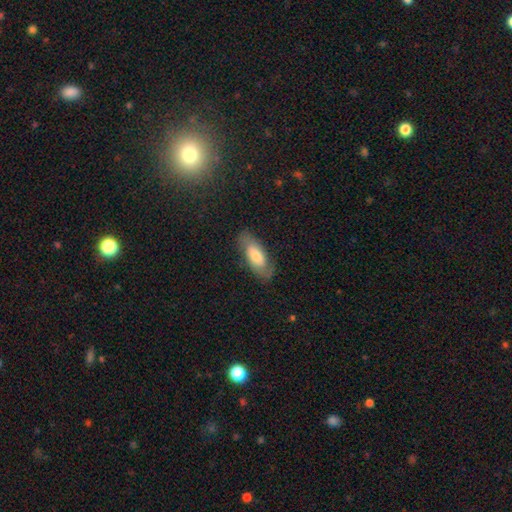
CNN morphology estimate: Smooth or featured? Predicted: smooth (p=0.58). How rounded? Predicted: in between (p=0.75). Merging? Predicted: none (p=0.78).